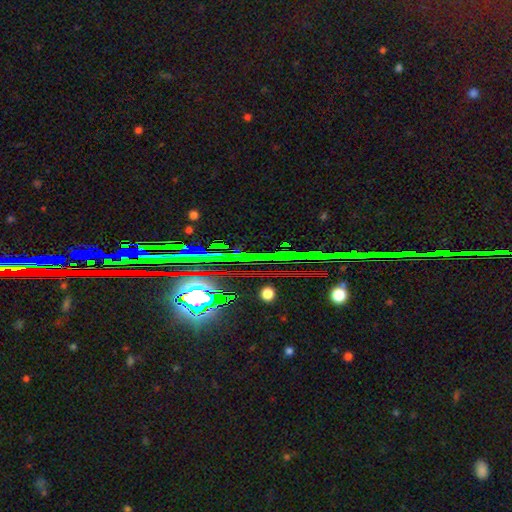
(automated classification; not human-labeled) Q: Smooth or featured?
A: star or artifact (86%); runner-up: featured or disk (7%)